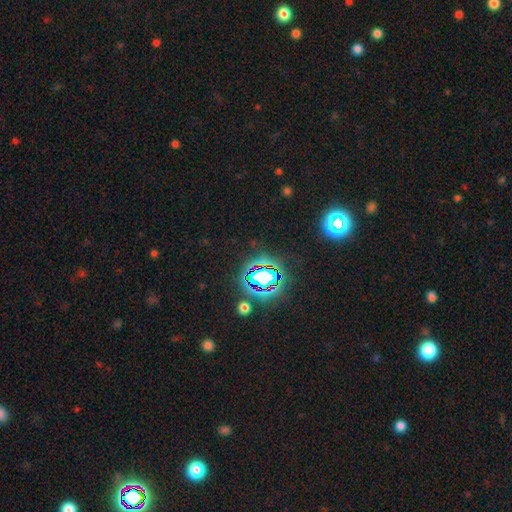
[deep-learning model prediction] Overall: star or artifact (80%).